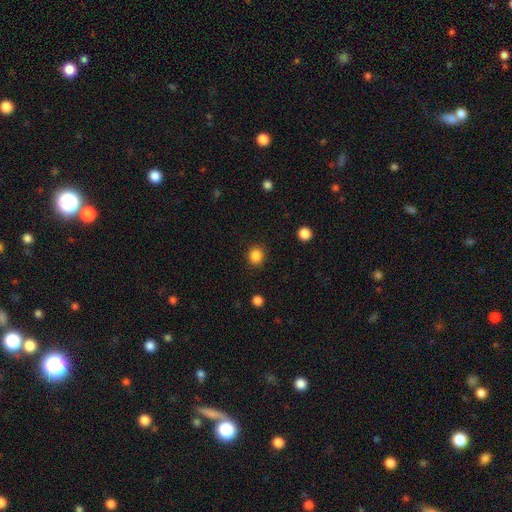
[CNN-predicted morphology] Overall: smooth (86%). How rounded: round (88%). Merging: none (90%).